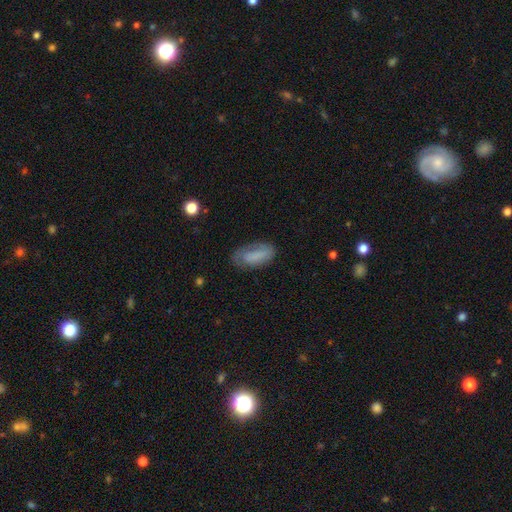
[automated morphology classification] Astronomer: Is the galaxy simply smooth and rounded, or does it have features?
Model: smooth — 69%.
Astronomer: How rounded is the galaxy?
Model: in between — 87%.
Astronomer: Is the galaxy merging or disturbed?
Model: none — 59%.